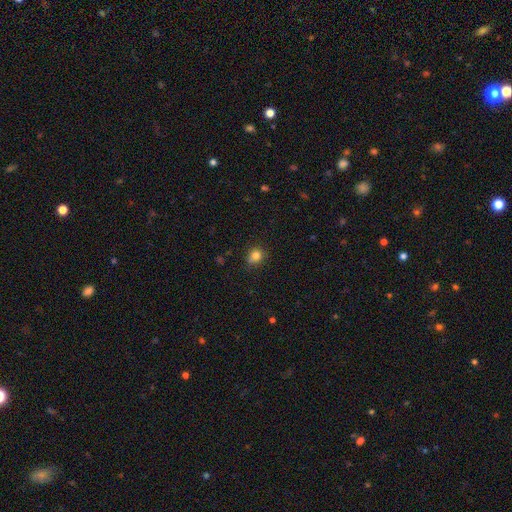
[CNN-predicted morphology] Q: Smooth or featured?
A: smooth (82%); runner-up: star or artifact (12%)
Q: How rounded?
A: round (74%); runner-up: in between (25%)
Q: Merging?
A: none (80%); runner-up: minor disturbance (15%)